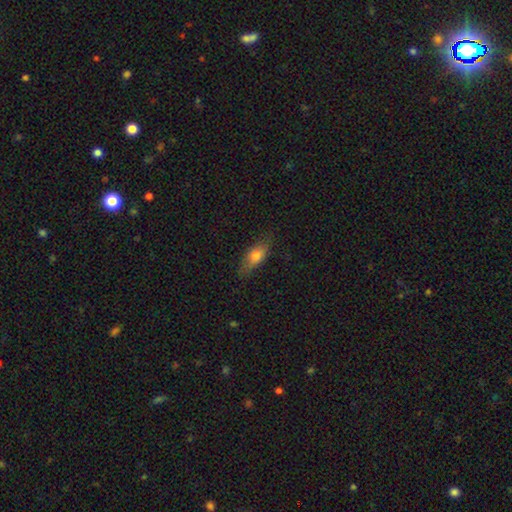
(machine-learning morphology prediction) smooth_or_featured: smooth (p=0.72) [alt: featured or disk p=0.21]
how_rounded: in between (p=0.76) [alt: cigar-shaped p=0.19]
merging: none (p=0.74) [alt: minor disturbance p=0.20]